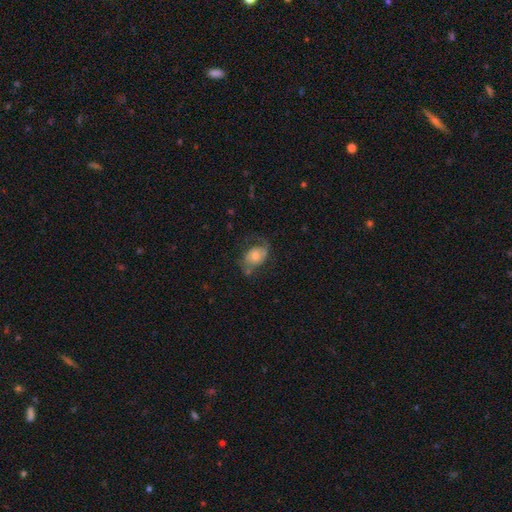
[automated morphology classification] Smooth or featured?
  - featured or disk: 57% *
  - smooth: 34%
  - star or artifact: 9%
Edge-on disk?
  - no: 96% *
  - yes: 4%
Bar?
  - no: 64% *
  - weak: 29%
  - strong: 6%
Spiral arms?
  - yes: 82% *
  - no: 18%
Bulge size?
  - moderate: 54% *
  - small: 26%
  - large: 14%
  - none: 4%
  - dominant: 2%
Merging?
  - none: 56% *
  - minor disturbance: 23%
  - major disturbance: 19%
  - merger: 2%